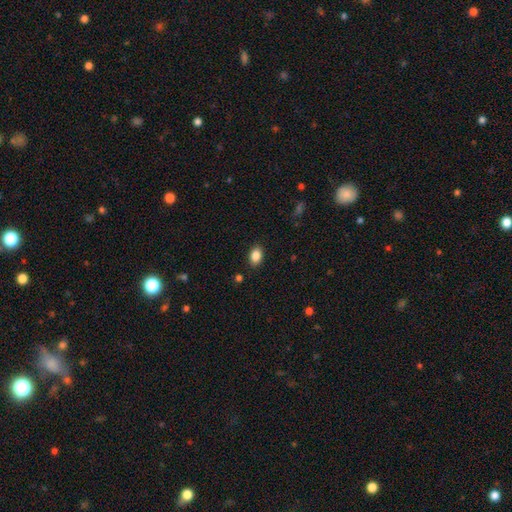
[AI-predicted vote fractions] The model was most divided on "how rounded": in between: 82%, round: 17%, cigar-shaped: 1%. More confident: merging — none (87%); smooth or featured — smooth (86%).